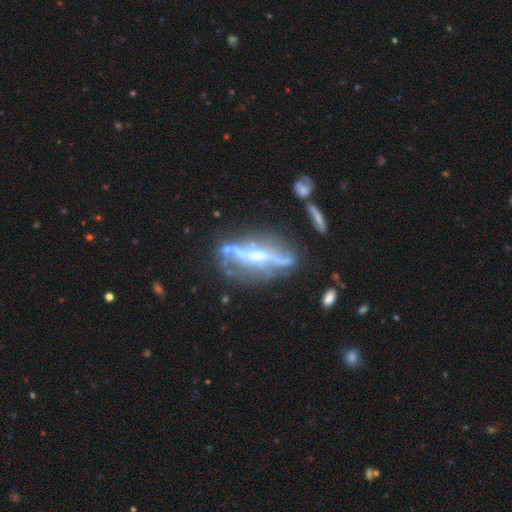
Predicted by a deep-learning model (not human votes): This is clearly a featured or disk galaxy (81%). It is possibly viewed edge-on (56%). Merging: possibly none (54%).